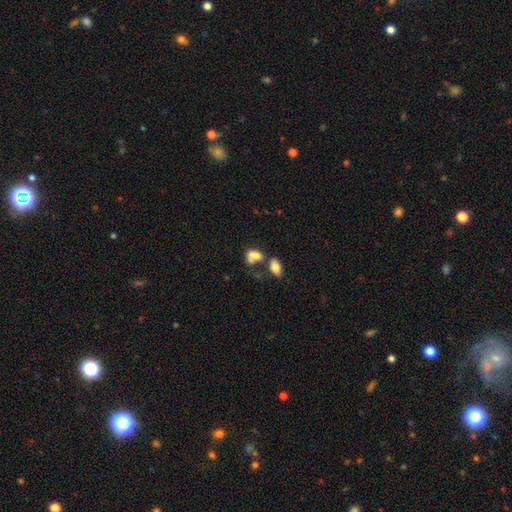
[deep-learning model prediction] A smooth galaxy with no disk features (74%) that is in between round and cigar-shaped (82%). Merging: merger (46%).